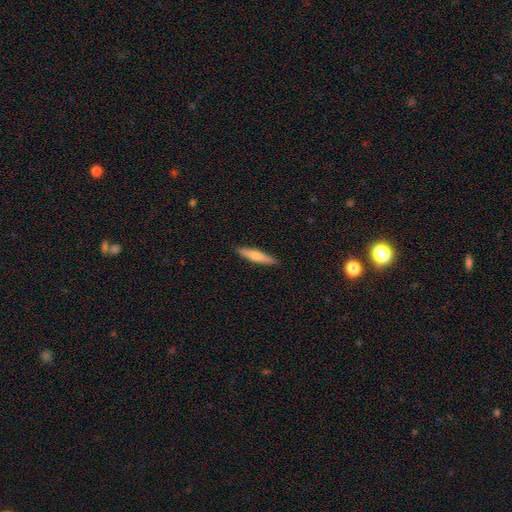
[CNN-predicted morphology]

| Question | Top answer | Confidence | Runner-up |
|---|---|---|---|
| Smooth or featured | smooth | 59% | featured or disk (35%) |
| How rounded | cigar-shaped | 85% | in between (14%) |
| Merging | none | 90% | minor disturbance (8%) |